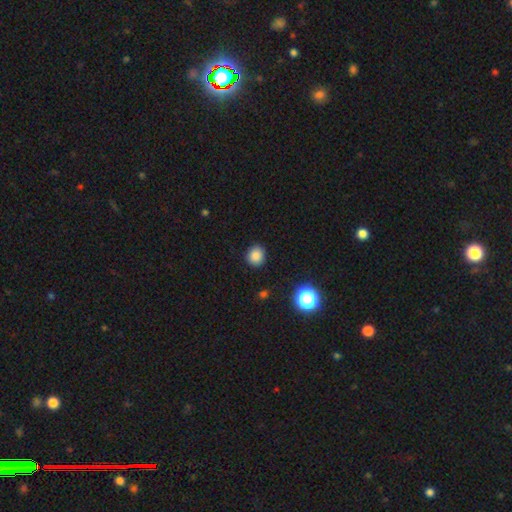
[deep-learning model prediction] A smooth galaxy with no disk features (84%) that is round (81%). Merging: none (90%).